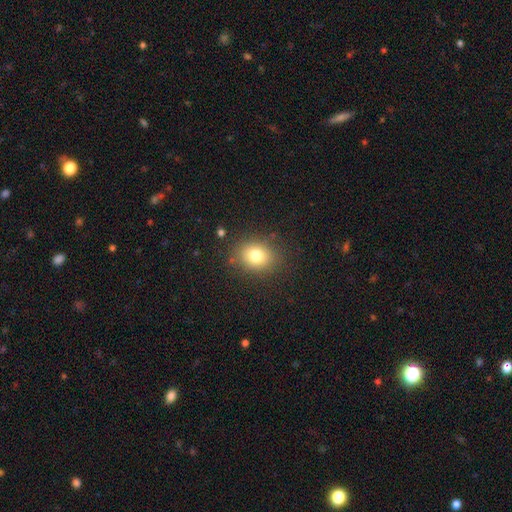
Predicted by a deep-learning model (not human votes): This is likely a smooth galaxy (78%). How rounded: possibly round (60%). Merging: clearly none (84%).